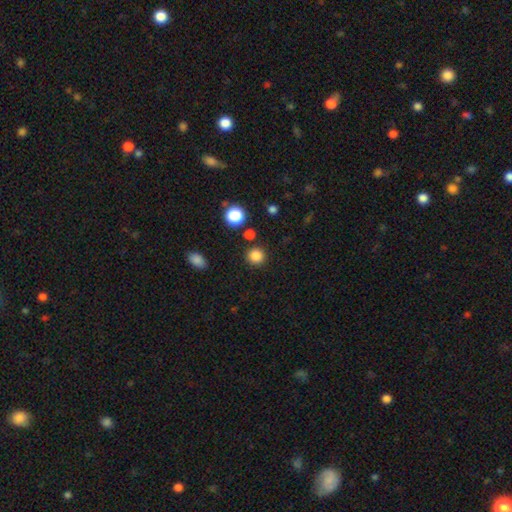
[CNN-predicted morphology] Overall: smooth (84%). How rounded: round (92%). Merging: none (88%).